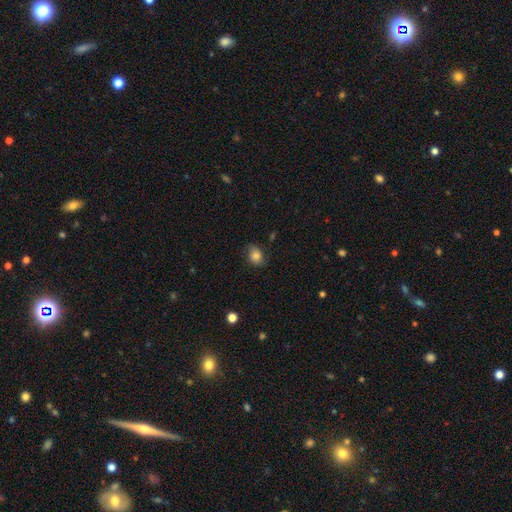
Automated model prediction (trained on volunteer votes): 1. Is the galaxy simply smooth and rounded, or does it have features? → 79% smooth, 11% featured or disk, 10% star or artifact.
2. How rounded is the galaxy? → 54% in between, 45% round, 1% cigar-shaped.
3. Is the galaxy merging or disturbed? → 73% none, 20% minor disturbance, 5% major disturbance, 1% merger.